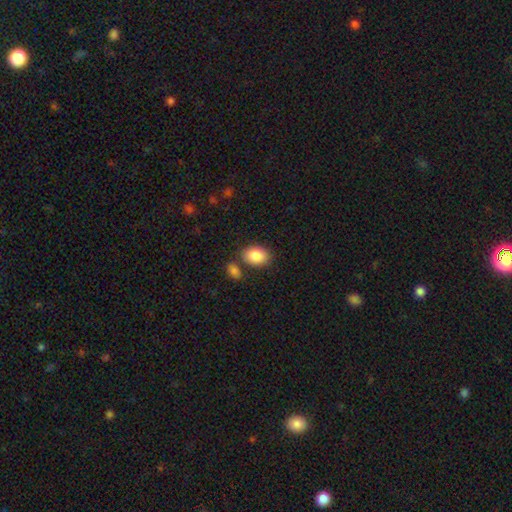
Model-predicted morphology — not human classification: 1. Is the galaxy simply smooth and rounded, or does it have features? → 87% smooth, 7% star or artifact, 6% featured or disk.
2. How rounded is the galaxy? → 81% in between, 18% round, 1% cigar-shaped.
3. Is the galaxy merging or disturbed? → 73% none, 12% minor disturbance, 11% merger, 3% major disturbance.